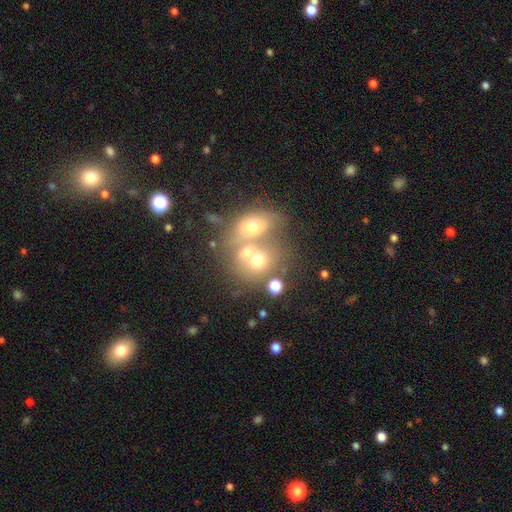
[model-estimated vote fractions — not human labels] This appears to be a smooth galaxy with no disk features (52%) that is round (60%). Merging: merger (67%).